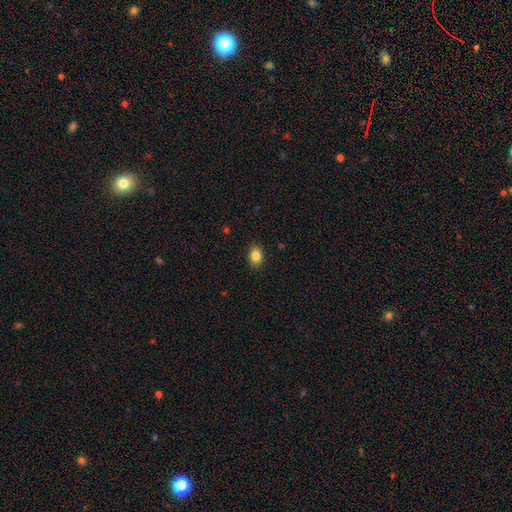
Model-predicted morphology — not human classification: This is clearly a smooth galaxy (85%). How rounded: likely in between (77%). Merging: clearly none (87%).